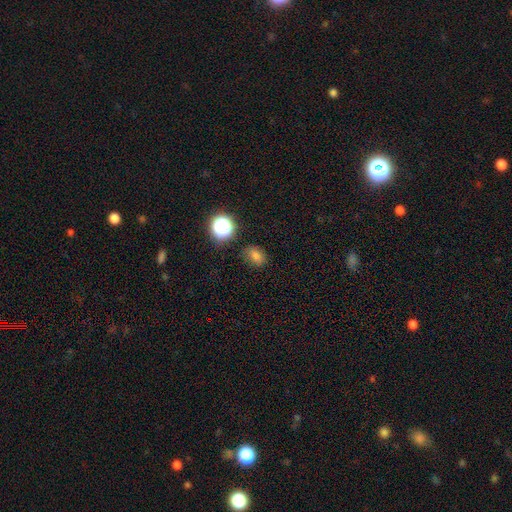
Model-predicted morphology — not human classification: A smooth galaxy with no disk features (74%) that is in between round and cigar-shaped (60%).

Vote fractions:
- Smooth or featured? smooth: 74% / star or artifact: 18% / featured or disk: 8%
- How rounded? in between: 60% / round: 39% / cigar-shaped: 1%
- Merging? none: 81% / minor disturbance: 13% / major disturbance: 4% / merger: 2%